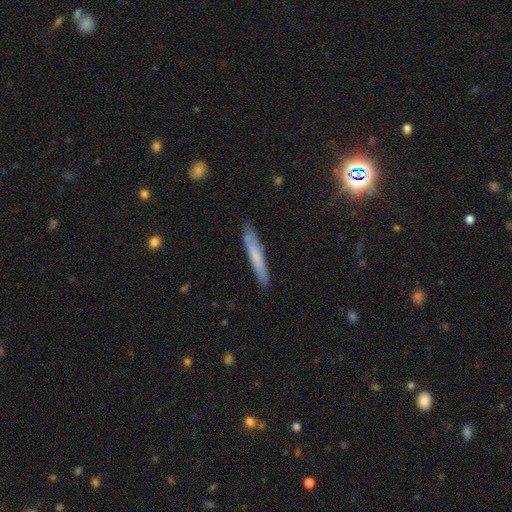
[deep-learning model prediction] Smooth or featured?
  - smooth: 64% *
  - featured or disk: 29%
  - star or artifact: 7%
How rounded?
  - cigar-shaped: 94% *
  - in between: 5%
  - round: 1%
Merging?
  - none: 87% *
  - minor disturbance: 10%
  - major disturbance: 2%
  - merger: 1%